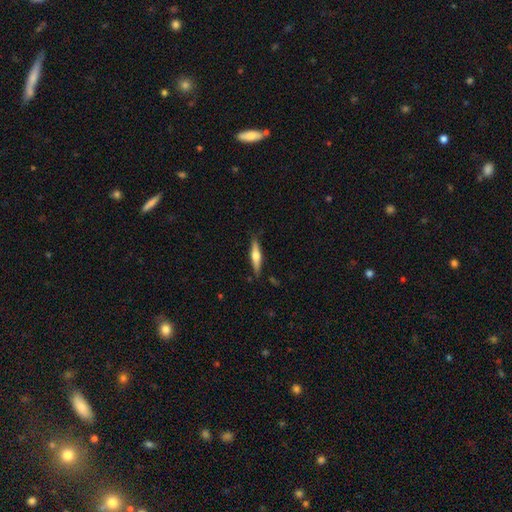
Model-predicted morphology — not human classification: Smooth or featured? Predicted: featured or disk (p=0.52). Edge-on disk? Predicted: yes (p=0.95). Merging? Predicted: none (p=0.85).